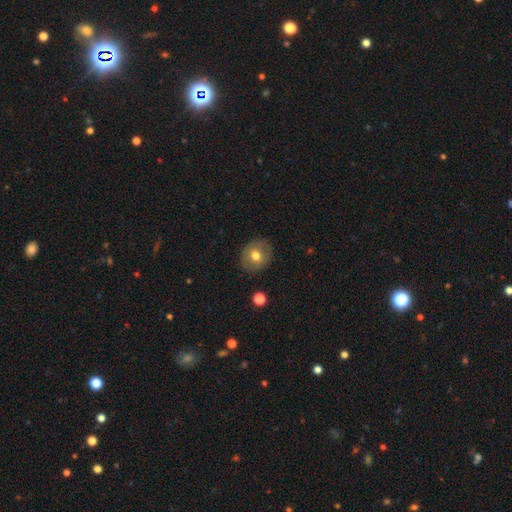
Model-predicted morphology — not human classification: A smooth galaxy with no disk features (66%) that is round (71%).

Vote fractions:
- Smooth or featured? smooth: 66% / featured or disk: 26% / star or artifact: 8%
- How rounded? round: 71% / in between: 28% / cigar-shaped: 1%
- Merging? none: 86% / minor disturbance: 10% / major disturbance: 3% / merger: 1%